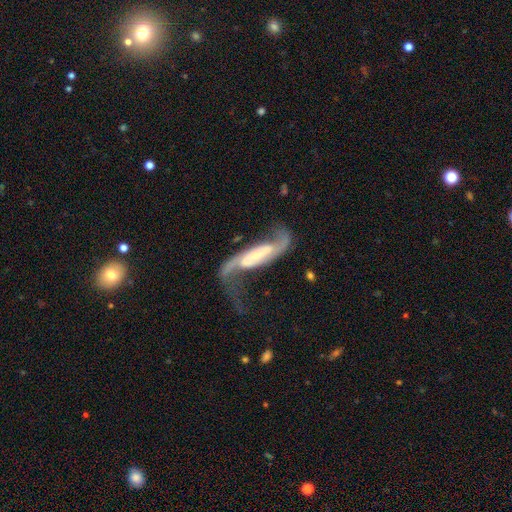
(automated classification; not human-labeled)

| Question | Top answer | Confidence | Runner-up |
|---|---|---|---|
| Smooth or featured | featured or disk | 85% | smooth (9%) |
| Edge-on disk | no | 89% | yes (11%) |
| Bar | strong | 47% | weak (31%) |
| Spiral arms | yes | 95% | no (5%) |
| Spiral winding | loose | 76% | medium (19%) |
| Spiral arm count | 2 | 90% | 1 (4%) |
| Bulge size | small | 43% | none (27%) |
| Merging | none | 48% | major disturbance (28%) |